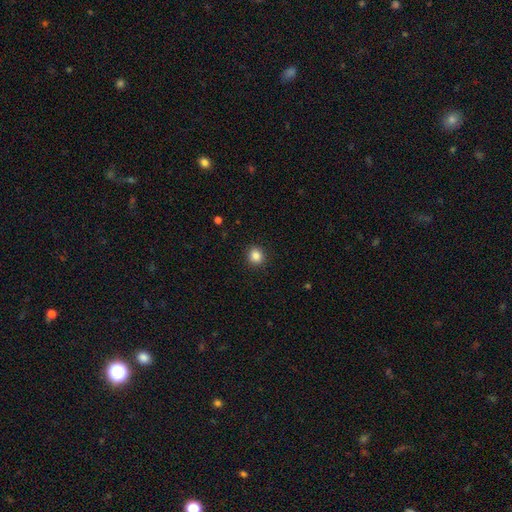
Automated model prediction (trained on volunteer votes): Smooth or featured? Predicted: smooth (p=0.85). How rounded? Predicted: round (p=0.85). Merging? Predicted: none (p=0.91).